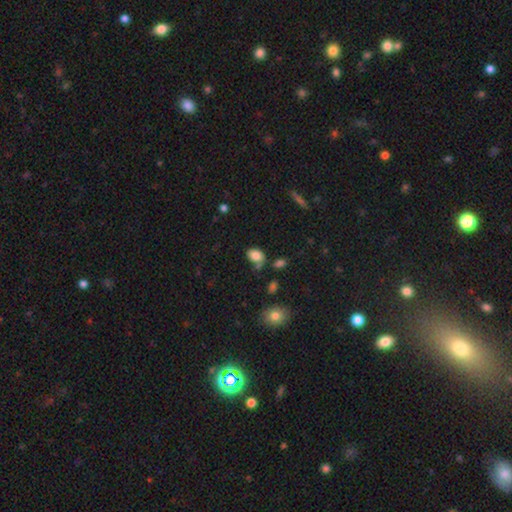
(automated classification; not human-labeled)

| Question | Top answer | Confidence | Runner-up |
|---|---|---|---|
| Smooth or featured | smooth | 82% | star or artifact (10%) |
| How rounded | in between | 83% | round (16%) |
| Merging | none | 59% | minor disturbance (21%) |